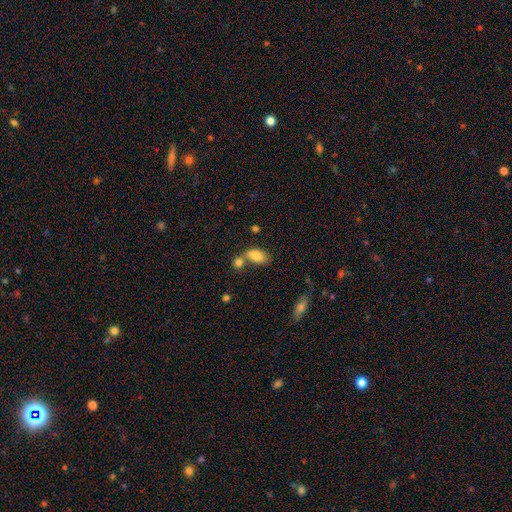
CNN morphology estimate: Q: Smooth or featured?
A: smooth (83%); runner-up: featured or disk (9%)
Q: How rounded?
A: in between (90%); runner-up: round (7%)
Q: Merging?
A: none (43%); runner-up: merger (40%)